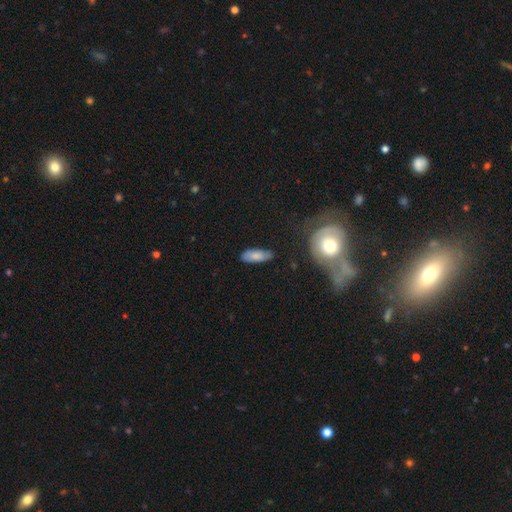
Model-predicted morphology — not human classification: smooth-or-featured: smooth: 76% | featured or disk: 17% | star or artifact: 7%
  how-rounded: in between: 74% | cigar-shaped: 24% | round: 2%
  merging: none: 78% | minor disturbance: 16% | major disturbance: 4% | merger: 2%